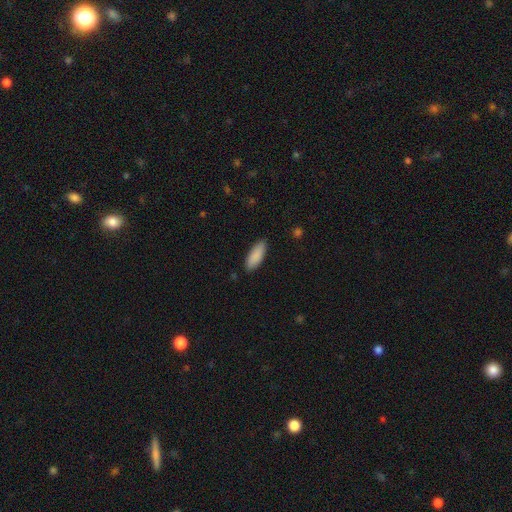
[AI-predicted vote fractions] This appears to be a smooth galaxy with no disk features (90%) that is in between round and cigar-shaped (74%). Merging: none (87%).